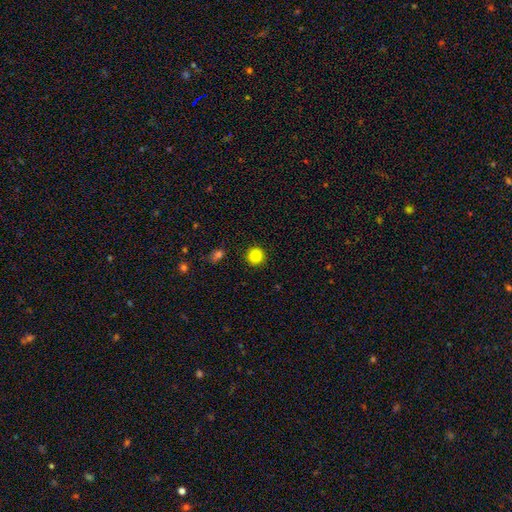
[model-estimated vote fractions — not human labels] Smooth or featured: smooth — 85% (star or artifact — 10%)
How rounded: round — 94% (in between — 5%)
Merging: none — 92% (minor disturbance — 5%)